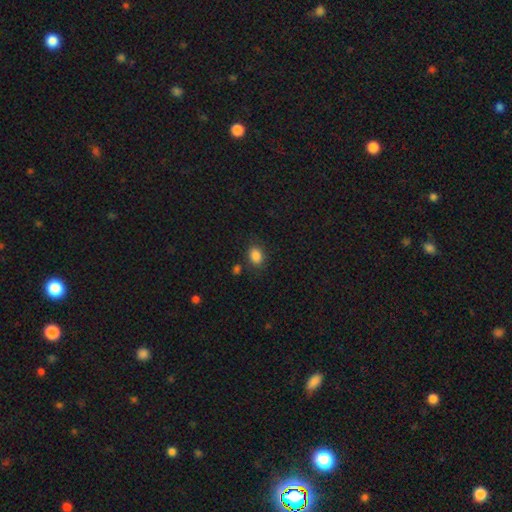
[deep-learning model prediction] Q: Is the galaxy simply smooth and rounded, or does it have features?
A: smooth — 85%.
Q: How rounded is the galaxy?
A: in between — 72%.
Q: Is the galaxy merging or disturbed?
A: none — 76%.